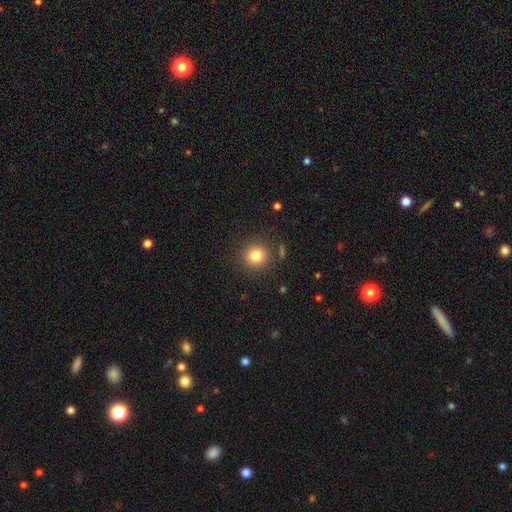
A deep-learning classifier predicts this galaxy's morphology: Smooth or featured? Predicted: smooth (p=0.81). How rounded? Predicted: round (p=0.92). Merging? Predicted: none (p=0.87).